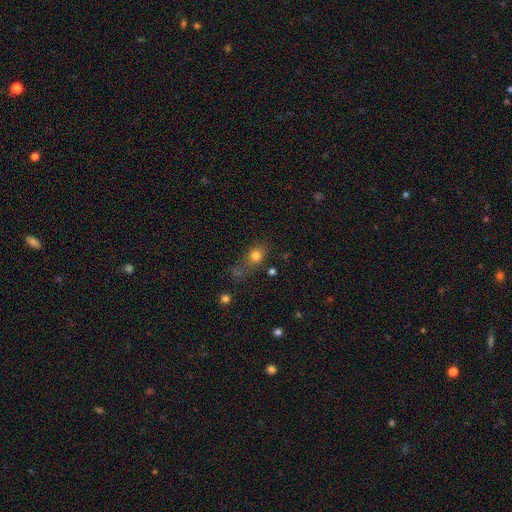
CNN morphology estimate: smooth 77%, star or artifact 13%, featured or disk 10%. Down the decision tree: how rounded — round (54%); merging — none (49%).